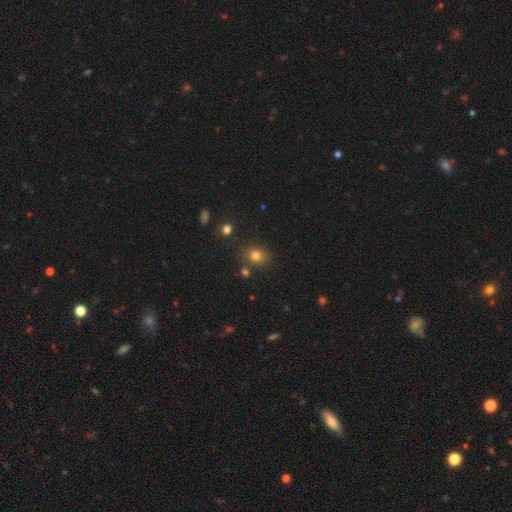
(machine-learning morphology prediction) Smooth or featured? Predicted: smooth (p=0.76). How rounded? Predicted: round (p=0.70). Merging? Predicted: none (p=0.80).